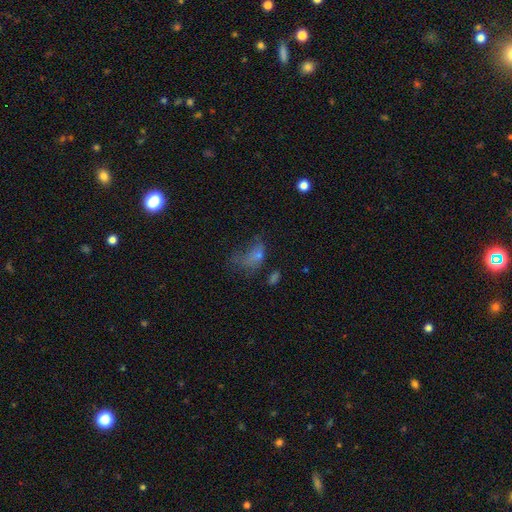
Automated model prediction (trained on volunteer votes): Q: Smooth or featured?
A: smooth (58%); runner-up: featured or disk (26%)
Q: How rounded?
A: in between (84%); runner-up: round (11%)
Q: Merging?
A: major disturbance (54%); runner-up: none (20%)